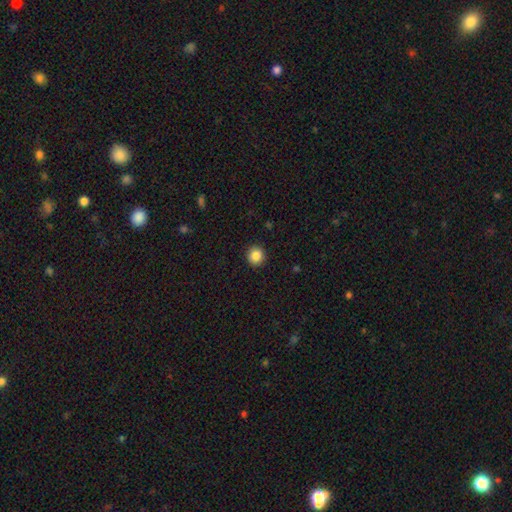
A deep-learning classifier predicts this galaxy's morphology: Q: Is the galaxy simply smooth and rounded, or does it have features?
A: smooth — 86%.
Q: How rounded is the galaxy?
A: round — 92%.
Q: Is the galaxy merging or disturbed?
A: none — 92%.